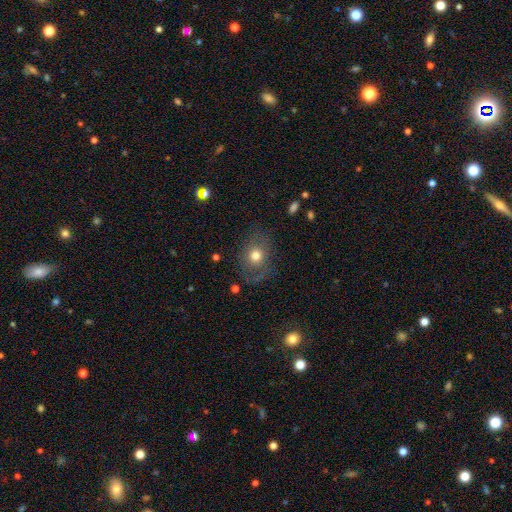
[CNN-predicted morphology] smooth 67%, featured or disk 22%, star or artifact 11%. Down the decision tree: how rounded — round (50%); merging — none (73%).